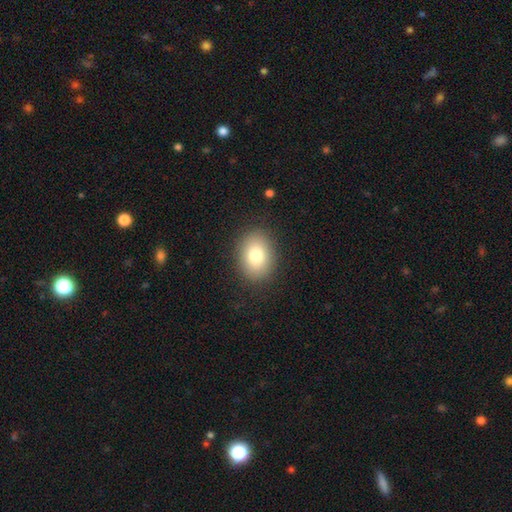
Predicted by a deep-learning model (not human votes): smooth 80%, featured or disk 10%, star or artifact 9%. Down the decision tree: how rounded — in between (63%); merging — none (88%).